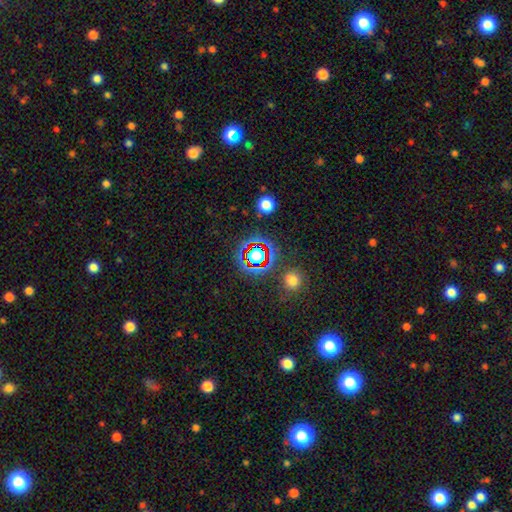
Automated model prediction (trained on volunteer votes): Smooth or featured? Predicted: star or artifact (p=0.65).